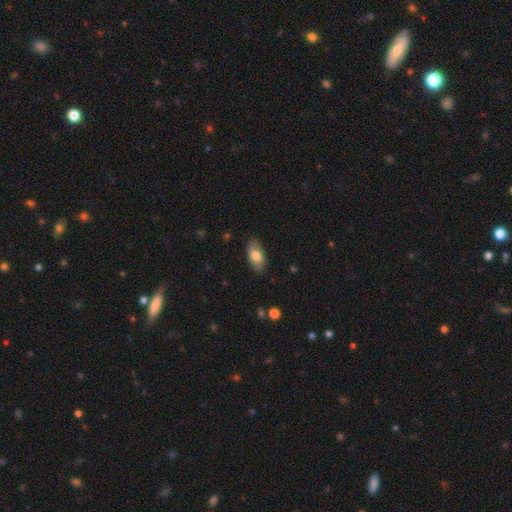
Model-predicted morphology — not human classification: A smooth galaxy with no disk features (77%) that is in between round and cigar-shaped (91%).

Vote fractions:
- Smooth or featured? smooth: 77% / featured or disk: 17% / star or artifact: 6%
- How rounded? in between: 91% / cigar-shaped: 6% / round: 3%
- Merging? none: 85% / minor disturbance: 11% / major disturbance: 3% / merger: 1%